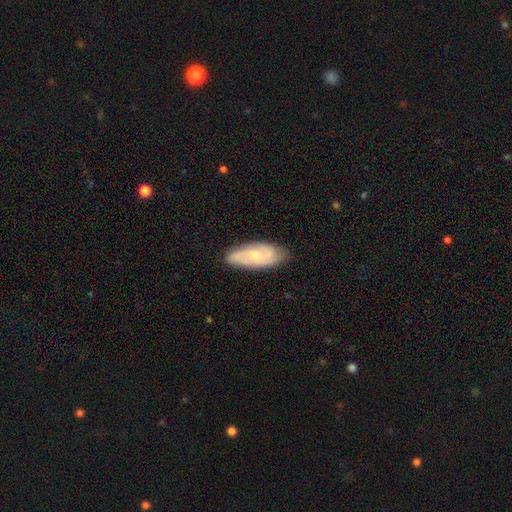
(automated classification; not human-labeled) Smooth or featured? Predicted: featured or disk (p=0.51). Edge-on disk? Predicted: no (p=0.89). Merging? Predicted: none (p=0.78).